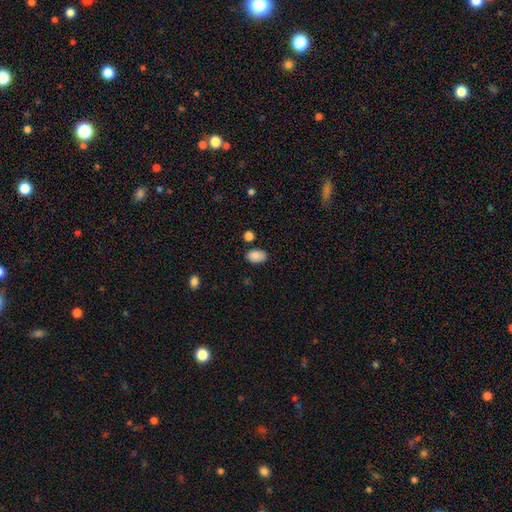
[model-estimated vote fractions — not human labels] smooth 88%, star or artifact 8%, featured or disk 4%. Down the decision tree: how rounded — in between (88%); merging — none (78%).